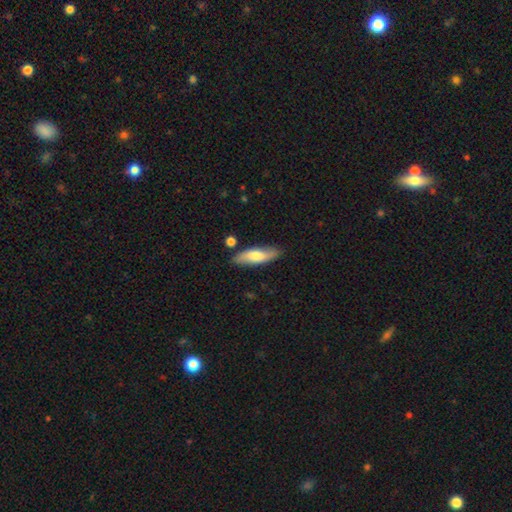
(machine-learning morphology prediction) Overall: smooth (66%; featured or disk 28%). How rounded: cigar-shaped (52%; in between 46%). Merging: none (83%).